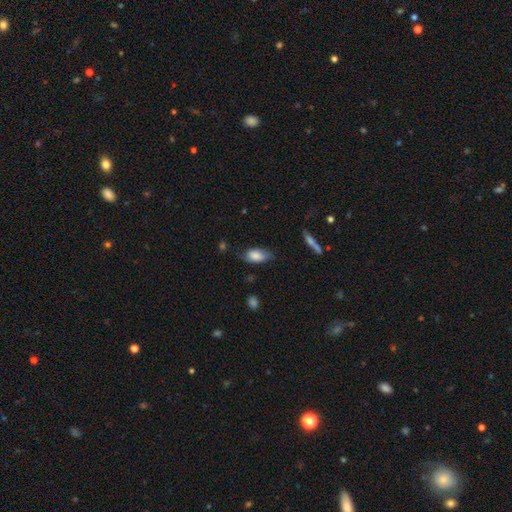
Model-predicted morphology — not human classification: This appears to be a smooth galaxy with no disk features (76%) that is in between round and cigar-shaped (91%). Merging: none (61%).